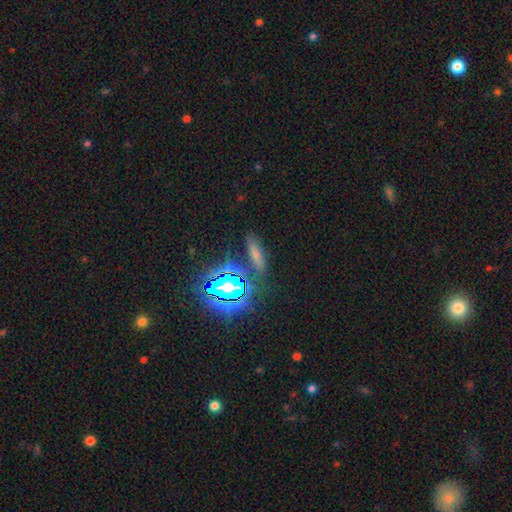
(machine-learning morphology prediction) Smooth or featured: smooth — 55% (star or artifact — 29%)
How rounded: cigar-shaped — 58% (in between — 35%)
Merging: none — 78% (minor disturbance — 12%)